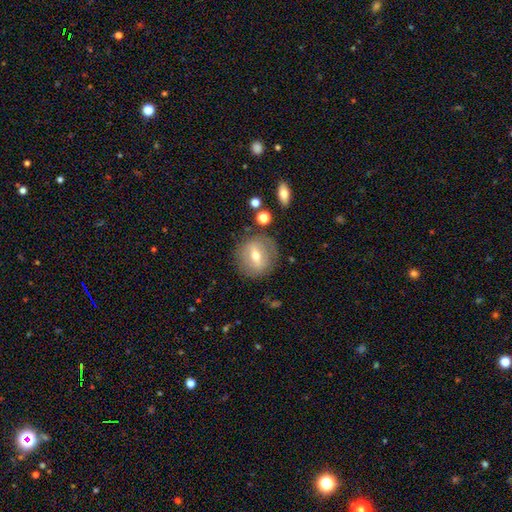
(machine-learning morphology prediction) The model was most divided on "smooth or featured": featured or disk: 47%, smooth: 44%, star or artifact: 9%. More confident: merging — none (80%).